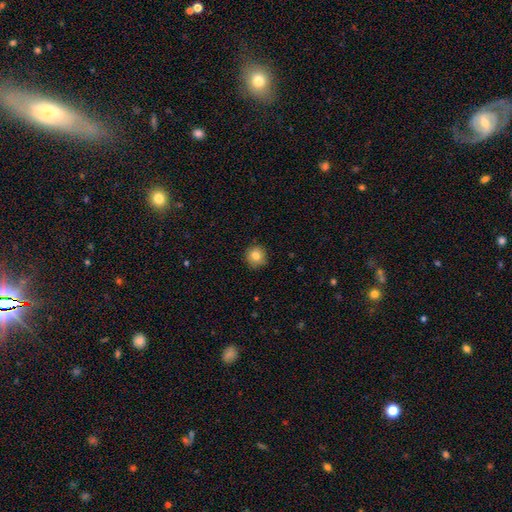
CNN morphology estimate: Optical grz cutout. It shows a smooth galaxy with no disk features (81%) that is round (94%). Merging: none (86%).